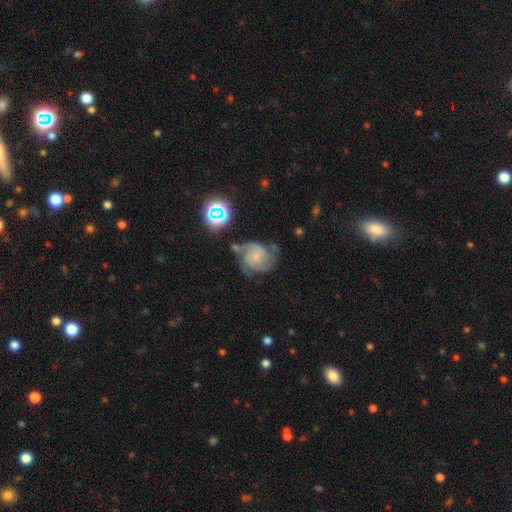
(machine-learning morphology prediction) This is likely a featured or disk galaxy (74%). It is clearly not viewed edge-on (98%). Bar: likely no (69%). Spiral arm pattern: clearly yes (94%). Spiral arm count: possibly 2 (45%). Spiral winding: possibly tight (50%). Central bulge: marginally small (44%). Merging: possibly none (50%).